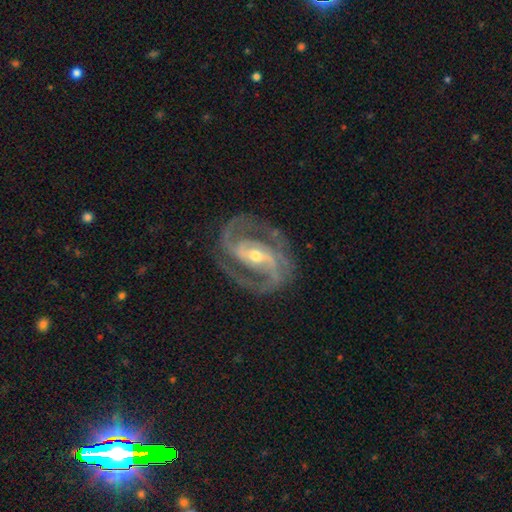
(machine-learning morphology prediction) A featured or disk galaxy (93%) with a weak bar (41%), 2 (84%) medium (55%) spiral arms (98%) and a moderate central bulge (55%). Merging: none (78%).